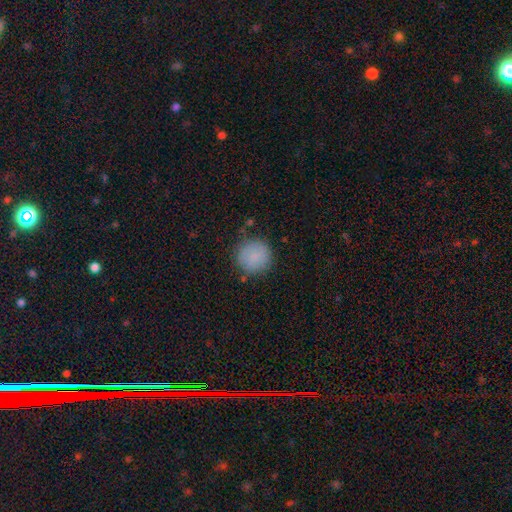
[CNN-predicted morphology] The model was most divided on "merging": none: 82%, minor disturbance: 12%, major disturbance: 4%, merger: 2%. More confident: how rounded — round (94%); smooth or featured — smooth (86%).